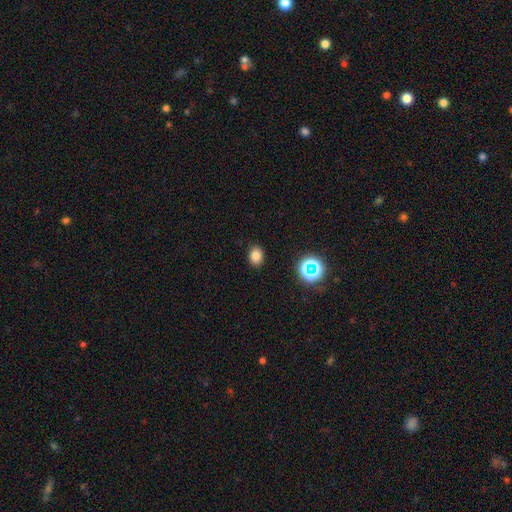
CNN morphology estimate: Smooth or featured? Predicted: smooth (p=0.79). How rounded? Predicted: in between (p=0.60). Merging? Predicted: none (p=0.86).